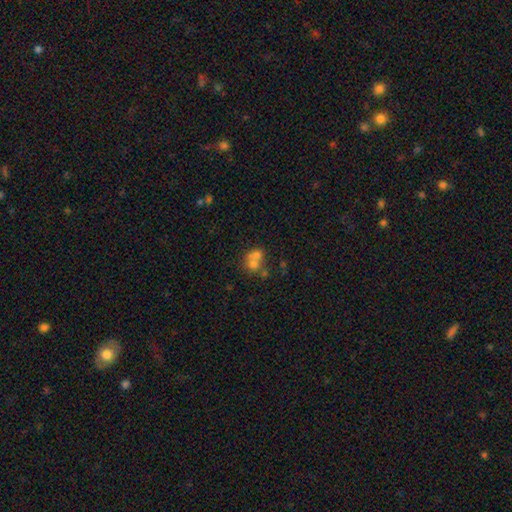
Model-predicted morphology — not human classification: smooth_or_featured: smooth (p=0.61) [alt: featured or disk p=0.24]
how_rounded: round (p=0.72) [alt: in between p=0.27]
merging: merger (p=0.62) [alt: none p=0.28]